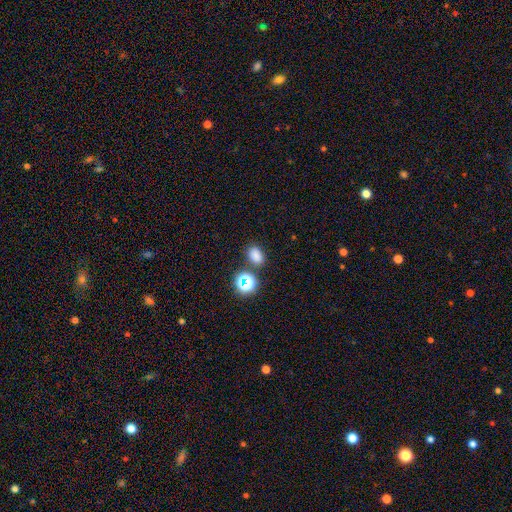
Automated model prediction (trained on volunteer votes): The model was most divided on "how rounded": in between: 71%, round: 28%, cigar-shaped: 1%. More confident: smooth or featured — smooth (77%); merging — none (74%).